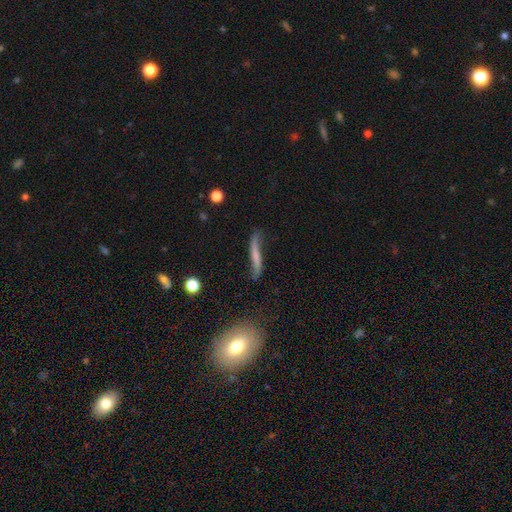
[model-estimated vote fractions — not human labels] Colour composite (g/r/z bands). It shows a featured or disk galaxy (52%). Merging: none (58%).